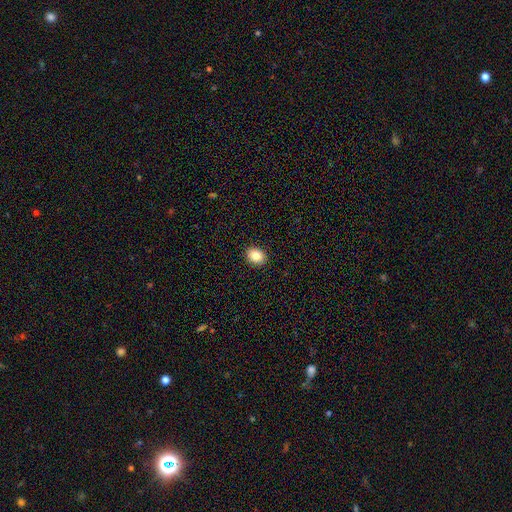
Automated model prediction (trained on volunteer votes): smooth-or-featured: smooth: 85% | star or artifact: 9% | featured or disk: 7%
  how-rounded: in between: 58% | round: 41% | cigar-shaped: 1%
  merging: none: 91% | minor disturbance: 6% | major disturbance: 2% | merger: 1%